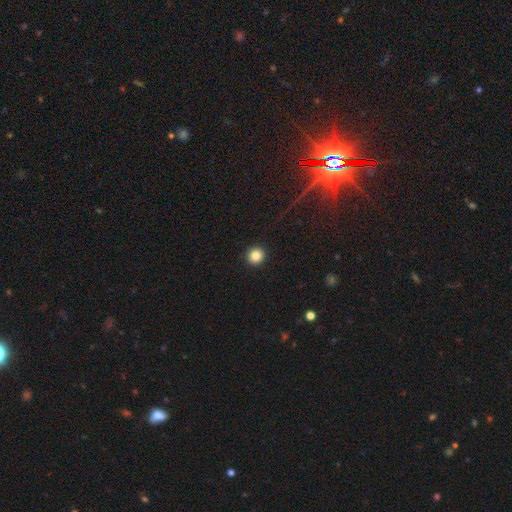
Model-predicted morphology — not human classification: A smooth galaxy with no disk features (84%) that is round (95%).

Vote fractions:
- Smooth or featured? smooth: 84% / star or artifact: 11% / featured or disk: 5%
- How rounded? round: 95% / in between: 4% / cigar-shaped: 1%
- Merging? none: 94% / minor disturbance: 4% / major disturbance: 2% / merger: 1%